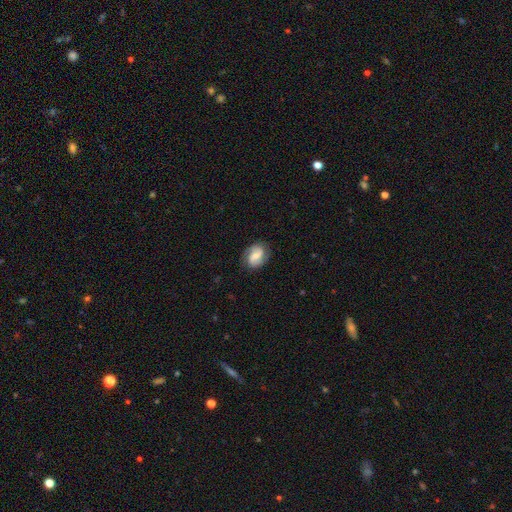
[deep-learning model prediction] Overall: featured or disk (63%; smooth 30%). Edge-on disk: no (97%). Bar: weak (45%; no 38%). Spiral arms: yes (91%). Spiral arm count: 2 (86%). Spiral winding: medium (44%; tight 33%). Bulge size: small (46%; moderate 43%). Merging: none (80%).